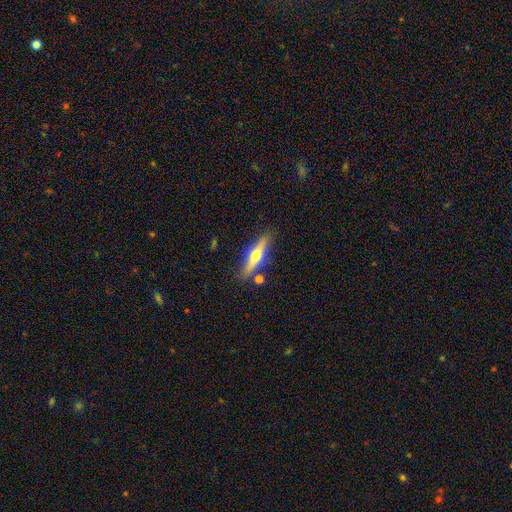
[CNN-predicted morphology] featured or disk 55%, smooth 39%, star or artifact 6%. Down the decision tree: edge-on disk — yes (93%); edge-on bulge — rounded (94%); merging — none (82%).